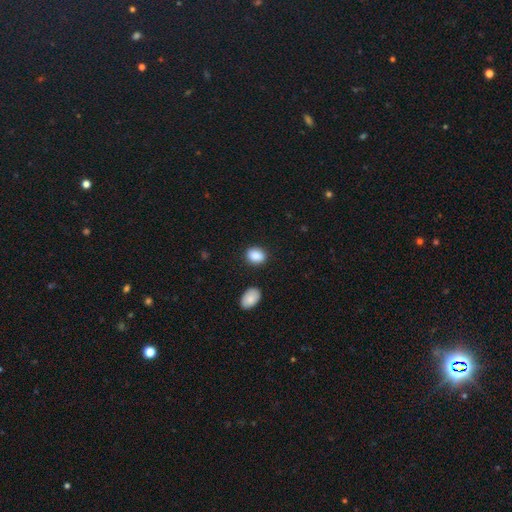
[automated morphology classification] smooth 89%, star or artifact 7%, featured or disk 4%. Down the decision tree: how rounded — in between (63%); merging — none (85%).